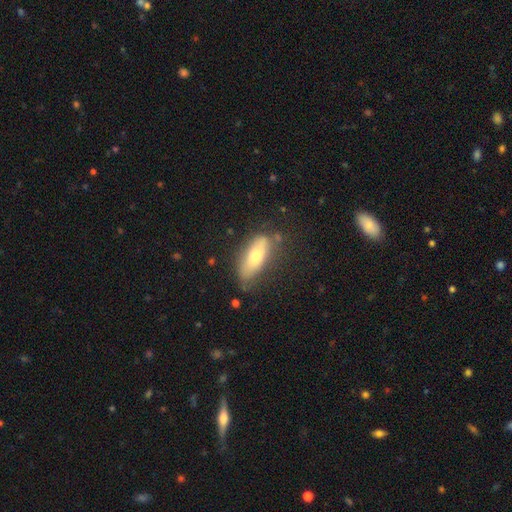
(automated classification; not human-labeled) This appears to be a smooth galaxy with no disk features (61%) that is in between round and cigar-shaped (67%). Merging: none (61%).